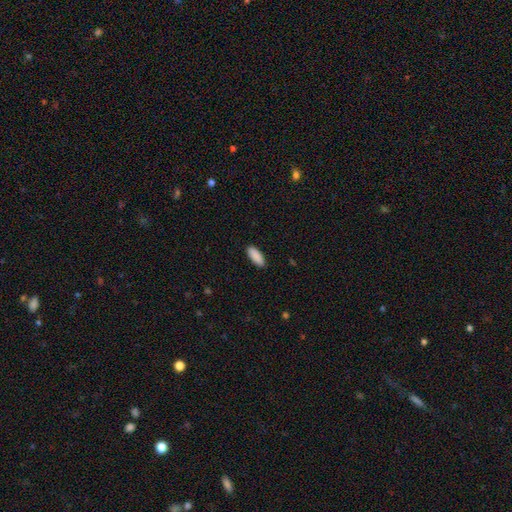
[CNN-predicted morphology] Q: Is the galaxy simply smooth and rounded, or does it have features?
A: smooth — 91%.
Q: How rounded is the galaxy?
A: in between — 77%.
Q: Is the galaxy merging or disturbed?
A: none — 90%.